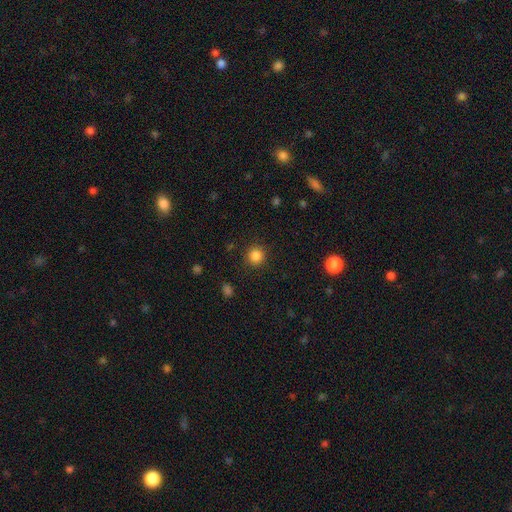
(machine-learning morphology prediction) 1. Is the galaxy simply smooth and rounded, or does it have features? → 85% smooth, 12% star or artifact, 4% featured or disk.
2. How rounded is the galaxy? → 94% round, 5% in between, 1% cigar-shaped.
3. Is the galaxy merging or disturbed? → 90% none, 6% minor disturbance, 3% major disturbance, 1% merger.